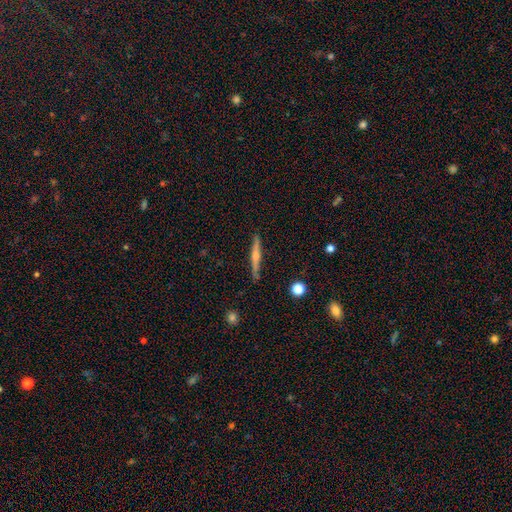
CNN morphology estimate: featured or disk 59%, smooth 35%, star or artifact 6%. Down the decision tree: edge-on disk — yes (98%); edge-on bulge — rounded (73%); merging — none (87%).